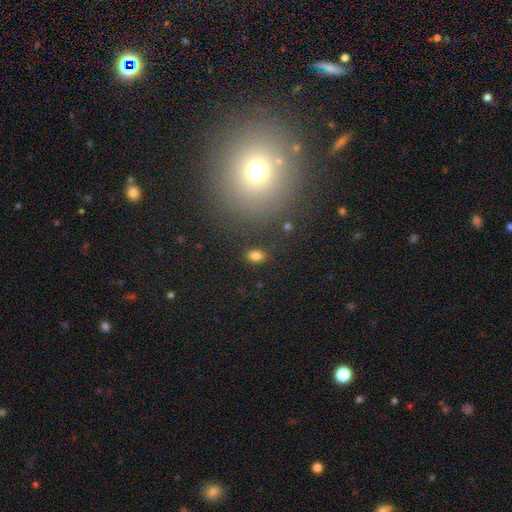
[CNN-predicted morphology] Overall: smooth (81%). How rounded: in between (77%). Merging: none (83%).